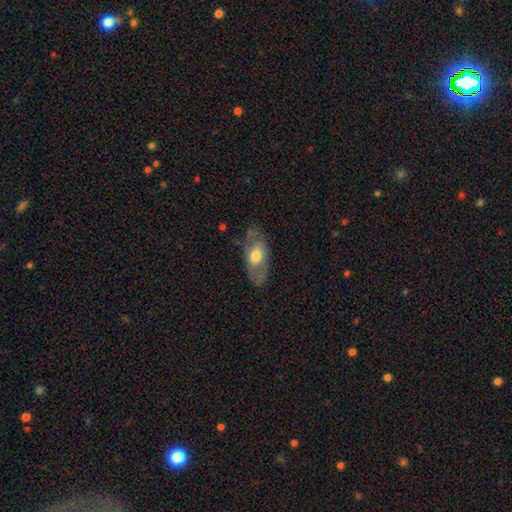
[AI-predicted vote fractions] Smooth or featured? smooth (51%)
How rounded? in between (85%)
Merging? none (73%)